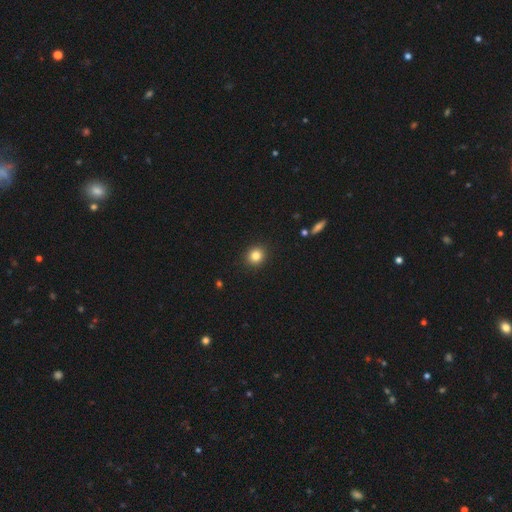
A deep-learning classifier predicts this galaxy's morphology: Overall: smooth (83%). How rounded: round (83%). Merging: none (92%).